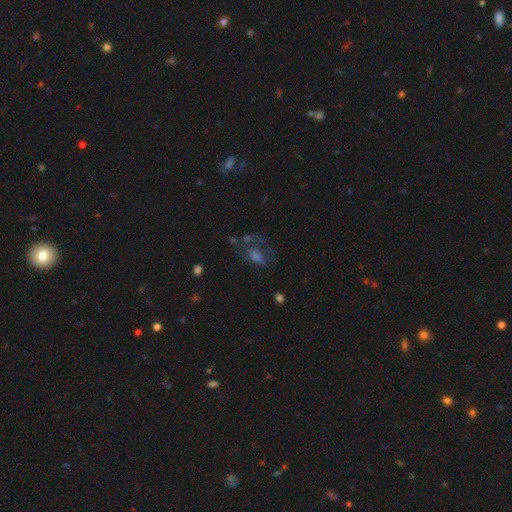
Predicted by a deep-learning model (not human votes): Q: Smooth or featured?
A: featured or disk (45%); runner-up: smooth (31%)
Q: Merging?
A: none (41%); runner-up: major disturbance (33%)